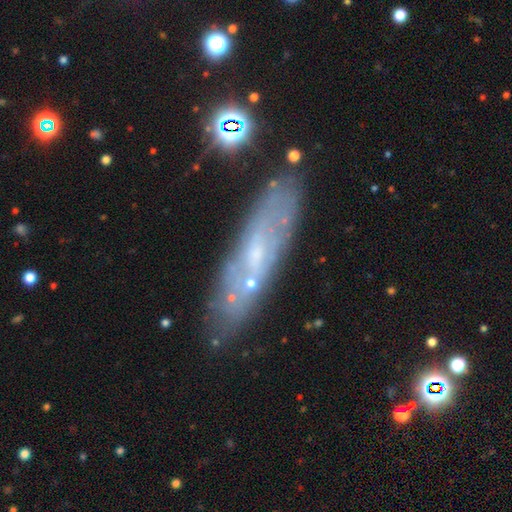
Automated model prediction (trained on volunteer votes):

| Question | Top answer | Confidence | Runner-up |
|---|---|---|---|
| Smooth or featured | featured or disk | 56% | smooth (33%) |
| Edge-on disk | no | 58% | yes (42%) |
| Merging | none | 78% | minor disturbance (14%) |